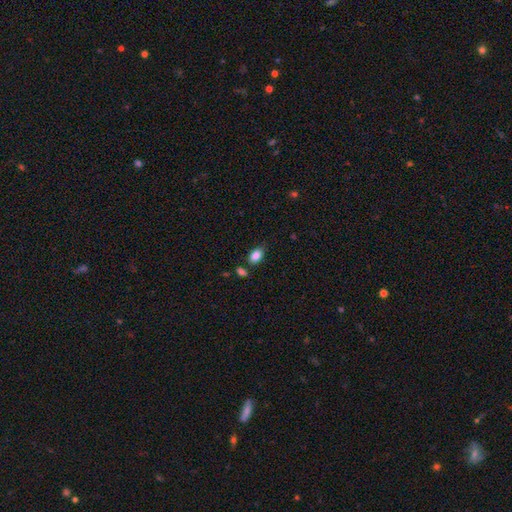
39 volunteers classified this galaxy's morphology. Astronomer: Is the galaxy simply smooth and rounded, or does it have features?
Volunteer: smooth — 85%.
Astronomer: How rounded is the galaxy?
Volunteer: in between — 82%.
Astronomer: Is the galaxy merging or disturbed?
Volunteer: none — 71%.